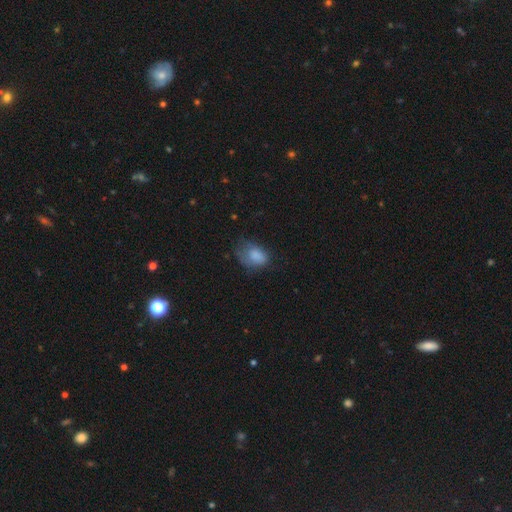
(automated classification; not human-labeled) smooth-or-featured: smooth: 78% | featured or disk: 13% | star or artifact: 10%
  how-rounded: in between: 80% | round: 19% | cigar-shaped: 1%
  merging: none: 39% | minor disturbance: 34% | major disturbance: 24% | merger: 2%